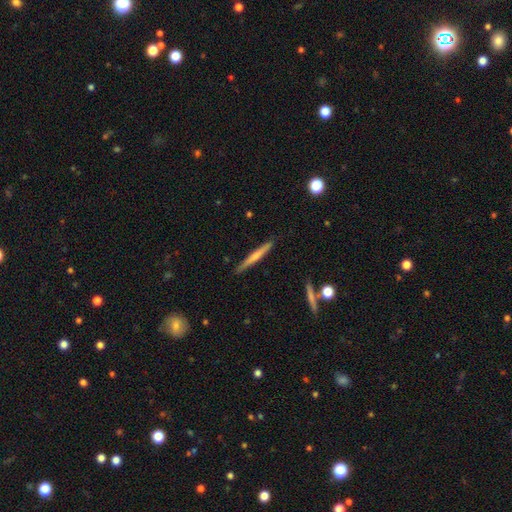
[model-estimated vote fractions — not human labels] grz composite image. It shows a smooth galaxy with no disk features (51%) that is cigar-shaped (96%). Merging: none (89%).